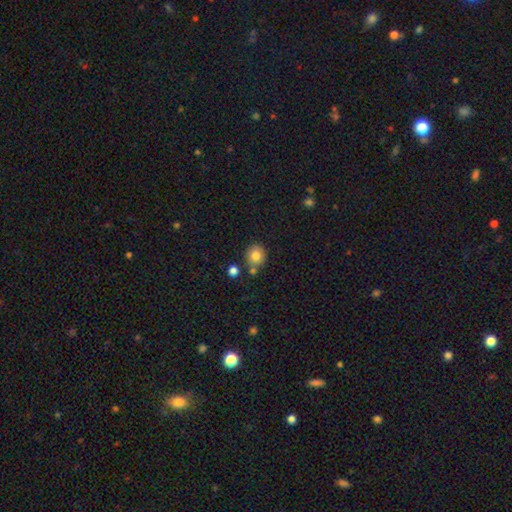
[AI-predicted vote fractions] smooth_or_featured: smooth (p=0.80) [alt: star or artifact p=0.10]
how_rounded: round (p=0.84) [alt: in between p=0.15]
merging: none (p=0.73) [alt: merger p=0.13]